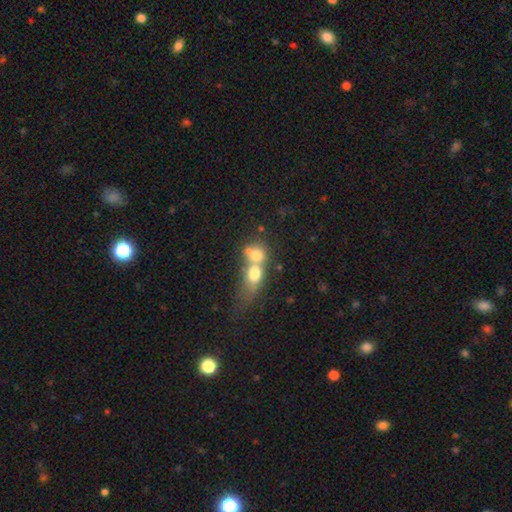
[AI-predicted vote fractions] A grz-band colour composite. It shows a smooth galaxy with no disk features (67%) that is round (55%). Merging: merger (74%).